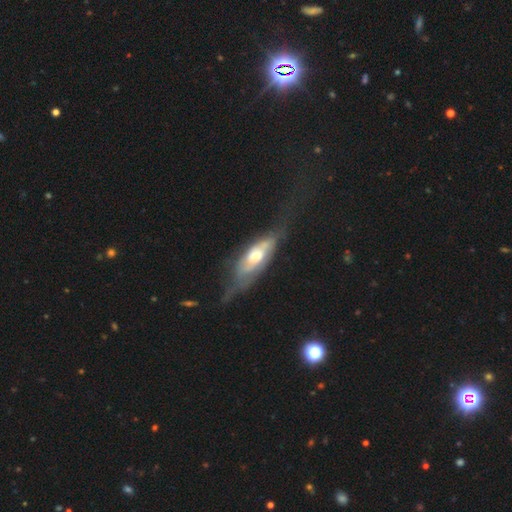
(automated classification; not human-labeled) A featured or disk galaxy (61%).

Vote fractions:
- Smooth or featured? featured or disk: 61% / smooth: 33% / star or artifact: 6%
- Edge-on disk? no: 65% / yes: 35%
- Merging? none: 41% / minor disturbance: 30% / major disturbance: 27% / merger: 2%